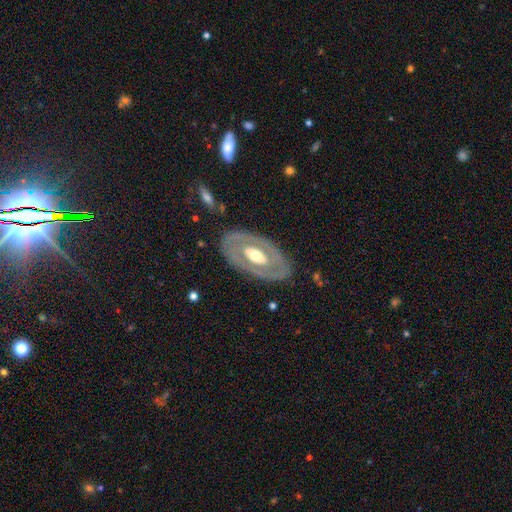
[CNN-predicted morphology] Smooth or featured: featured or disk — 67% (smooth — 28%)
Edge-on disk: no — 89% (yes — 11%)
Bar: no — 72% (weak — 18%)
Spiral arms: no — 81% (yes — 19%)
Bulge size: moderate — 66% (large — 19%)
Merging: none — 82% (minor disturbance — 11%)